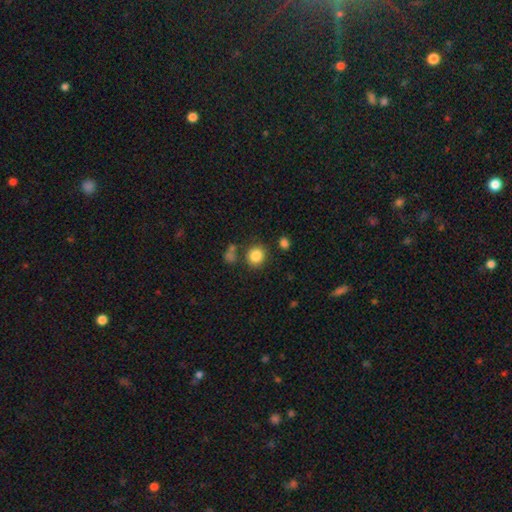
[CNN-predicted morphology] Smooth or featured? Predicted: smooth (p=0.84). How rounded? Predicted: round (p=0.85). Merging? Predicted: none (p=0.79).